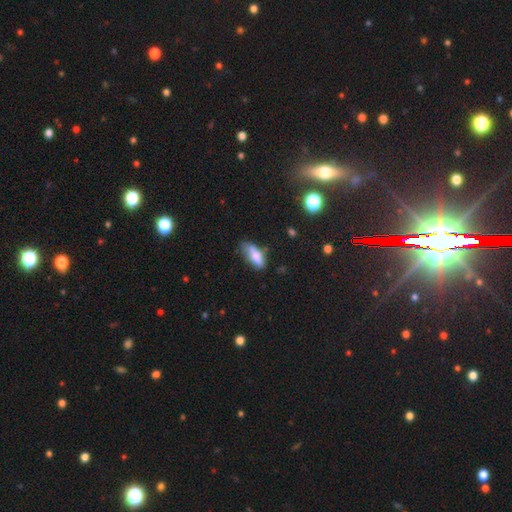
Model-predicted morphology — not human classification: Q: Smooth or featured?
A: smooth (78%); runner-up: featured or disk (14%)
Q: How rounded?
A: in between (75%); runner-up: cigar-shaped (23%)
Q: Merging?
A: none (50%); runner-up: minor disturbance (34%)